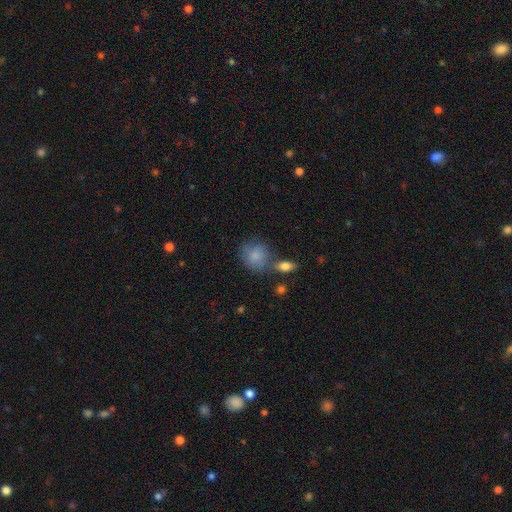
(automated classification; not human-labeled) A smooth galaxy with no disk features (81%) that is round (73%). Merging: none (54%).